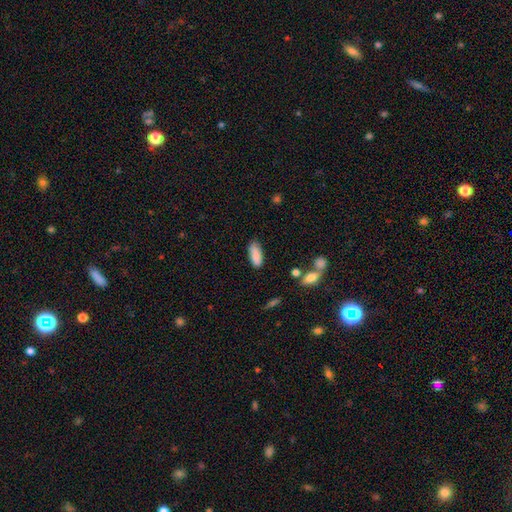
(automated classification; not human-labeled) The model was most divided on "how rounded": in between: 76%, cigar-shaped: 22%, round: 2%. More confident: smooth or featured — smooth (87%); merging — none (77%).